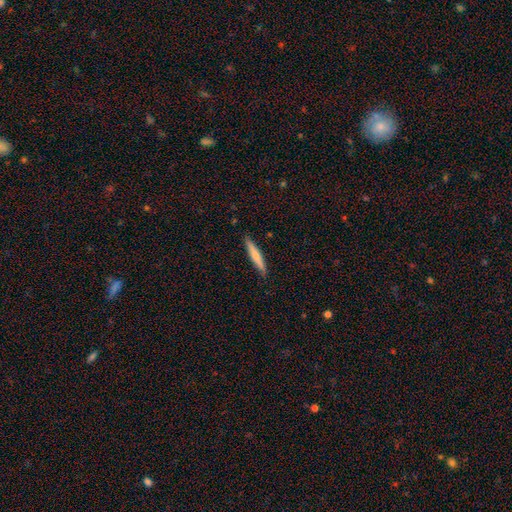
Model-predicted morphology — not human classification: A smooth galaxy with no disk features (60%) that is cigar-shaped (92%).

Vote fractions:
- Smooth or featured? smooth: 60% / featured or disk: 34% / star or artifact: 5%
- How rounded? cigar-shaped: 92% / in between: 7% / round: 1%
- Merging? none: 89% / minor disturbance: 8% / major disturbance: 2% / merger: 1%